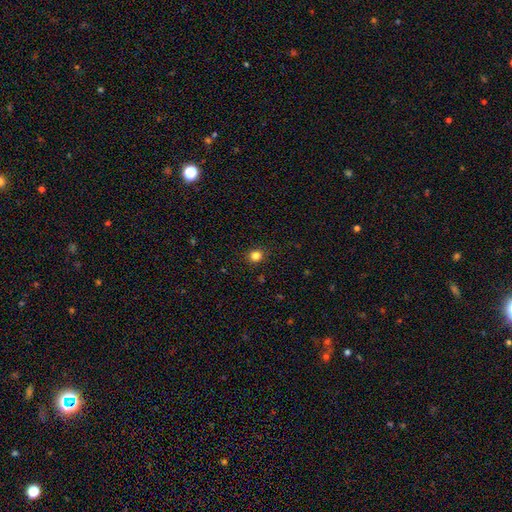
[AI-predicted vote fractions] Smooth or featured: smooth — 83% (star or artifact — 13%)
How rounded: round — 83% (in between — 16%)
Merging: none — 91% (minor disturbance — 6%)